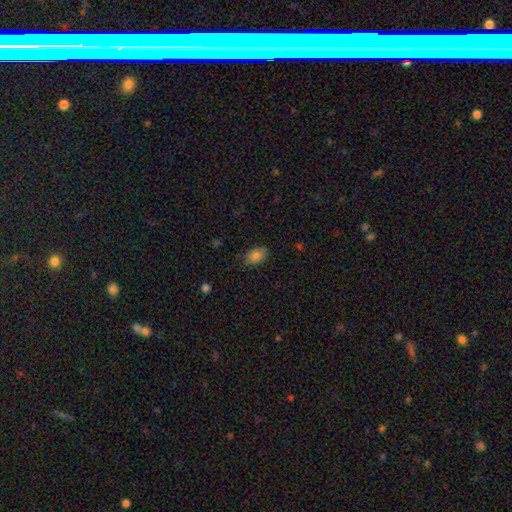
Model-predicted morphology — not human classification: The model was most divided on "merging": none: 84%, minor disturbance: 13%, major disturbance: 3%, merger: 1%. More confident: how rounded — in between (90%); smooth or featured — smooth (84%).